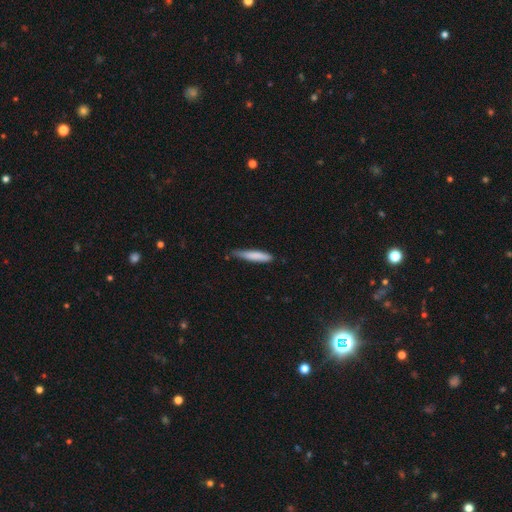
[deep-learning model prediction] Smooth or featured?
  - smooth: 81% *
  - featured or disk: 14%
  - star or artifact: 6%
How rounded?
  - cigar-shaped: 89% *
  - in between: 10%
  - round: 1%
Merging?
  - none: 60% *
  - minor disturbance: 33%
  - major disturbance: 5%
  - merger: 2%